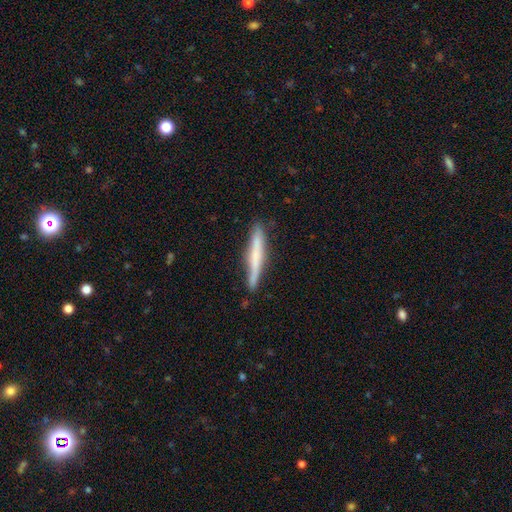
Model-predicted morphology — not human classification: A smooth galaxy with no disk features (50%) that is cigar-shaped (95%). Merging: none (83%).